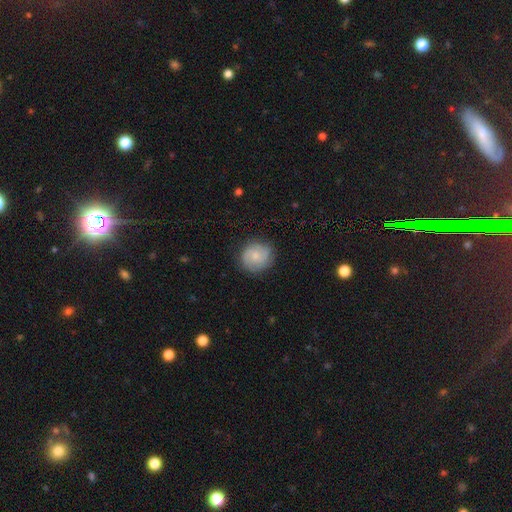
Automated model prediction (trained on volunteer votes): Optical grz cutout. It shows a smooth galaxy with no disk features (47%). Merging: none (81%).